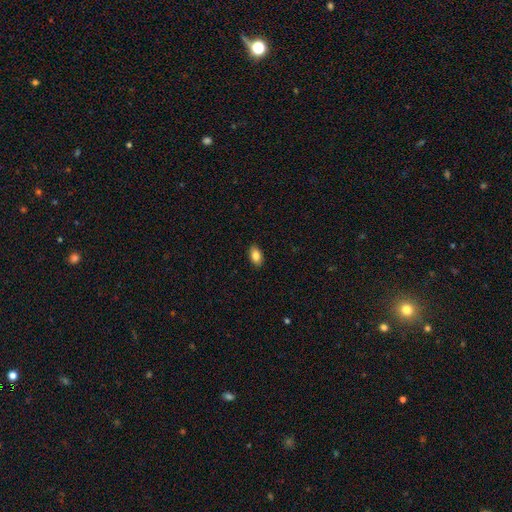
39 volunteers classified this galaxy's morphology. smooth 87%, featured or disk 10%, star or artifact 3%. Down the decision tree: how rounded — in between (100%); merging — none (82%).